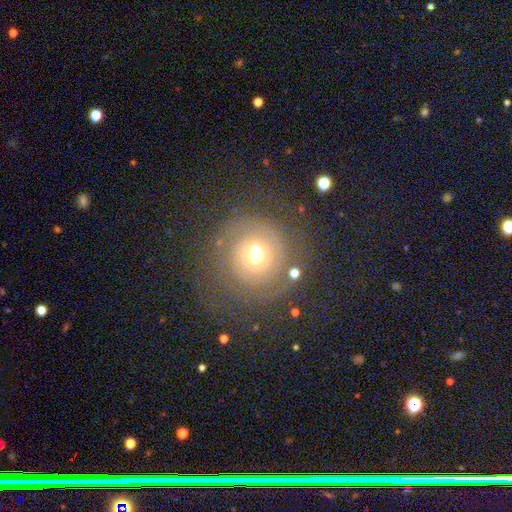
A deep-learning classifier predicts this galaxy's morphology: Smooth or featured?
  - featured or disk: 48% *
  - smooth: 37%
  - star or artifact: 15%
Merging?
  - none: 66% *
  - minor disturbance: 13%
  - major disturbance: 12%
  - merger: 9%